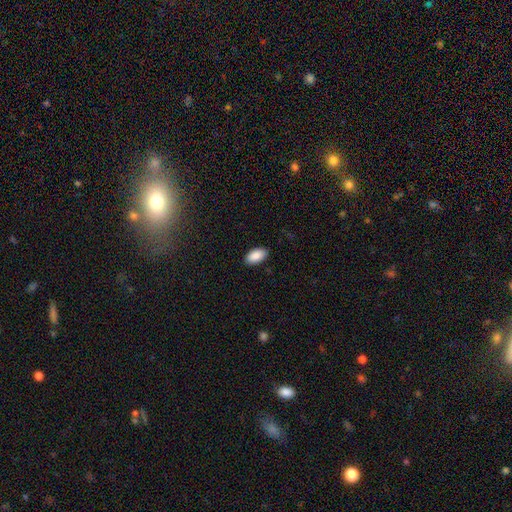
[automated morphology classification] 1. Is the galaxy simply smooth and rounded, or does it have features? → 90% smooth, 6% star or artifact, 4% featured or disk.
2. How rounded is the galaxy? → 95% in between, 3% round, 2% cigar-shaped.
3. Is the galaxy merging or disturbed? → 89% none, 8% minor disturbance, 2% major disturbance, 1% merger.